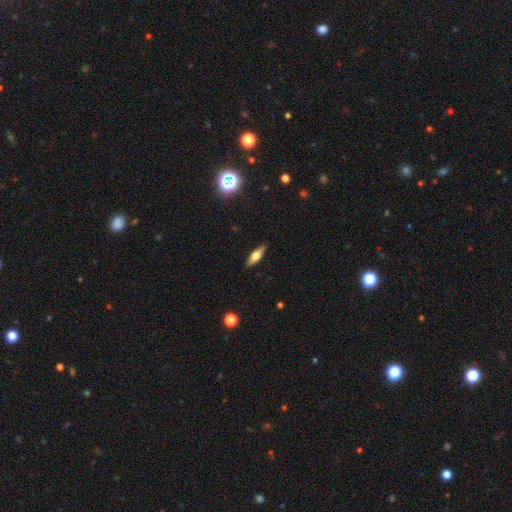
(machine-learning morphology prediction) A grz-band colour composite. It shows a smooth galaxy with no disk features (49%). Merging: none (89%).